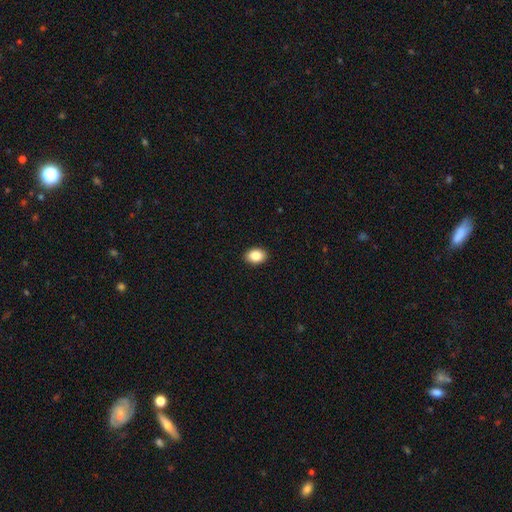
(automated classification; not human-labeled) The model was most divided on "how rounded": in between: 73%, round: 26%, cigar-shaped: 1%. More confident: merging — none (91%); smooth or featured — smooth (85%).